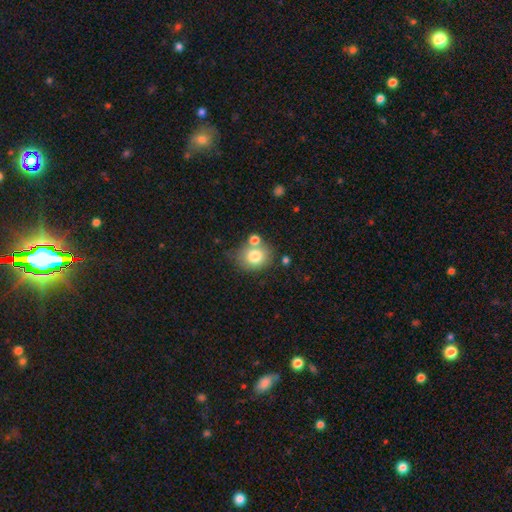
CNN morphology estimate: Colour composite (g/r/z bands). It shows a smooth galaxy with no disk features (77%) that is round (71%). Merging: none (61%).